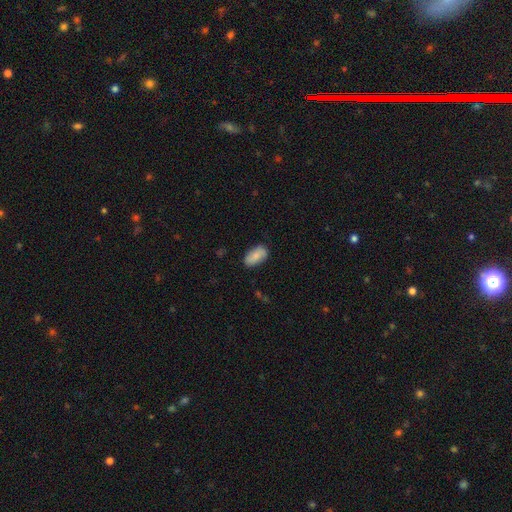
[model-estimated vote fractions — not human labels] The model was most divided on "merging": none: 81%, minor disturbance: 15%, major disturbance: 3%, merger: 1%. More confident: how rounded — in between (93%); smooth or featured — smooth (82%).